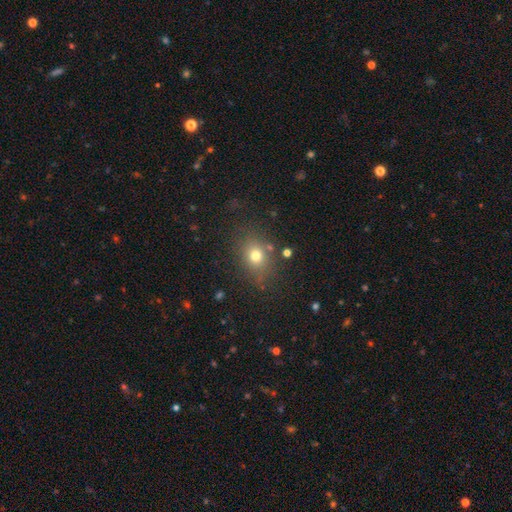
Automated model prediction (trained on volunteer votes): Overall: smooth (74%). How rounded: round (51%; in between 48%). Merging: none (78%).